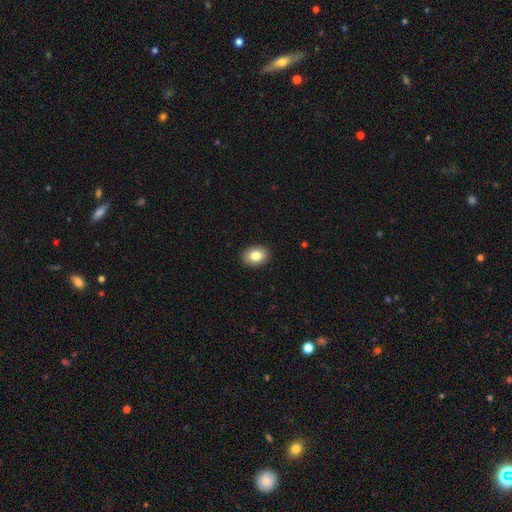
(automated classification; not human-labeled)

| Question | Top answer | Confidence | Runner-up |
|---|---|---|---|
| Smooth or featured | smooth | 82% | featured or disk (10%) |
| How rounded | in between | 73% | round (27%) |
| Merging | none | 91% | minor disturbance (7%) |